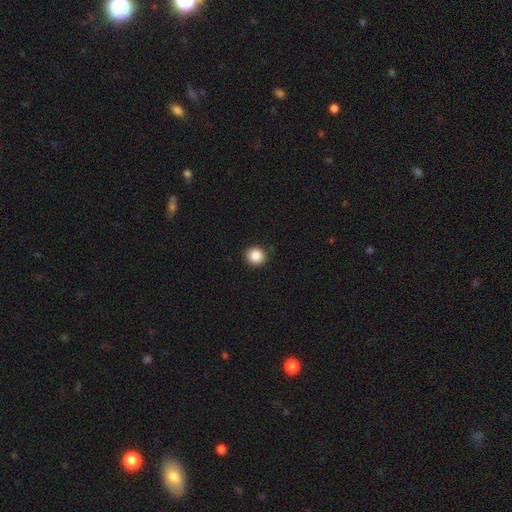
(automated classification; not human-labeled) Morphology: type=smooth (88%); roundness=round (93%); merging=none (91%).